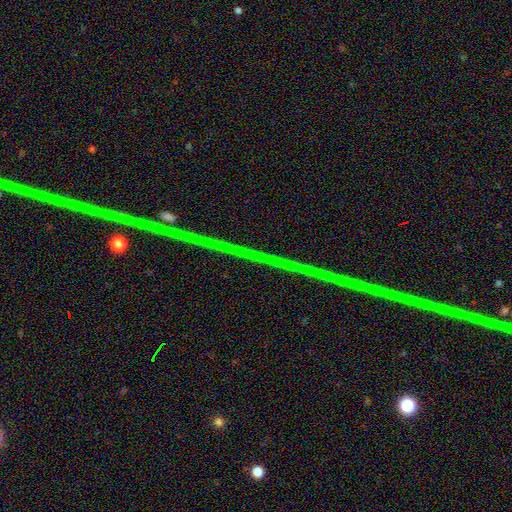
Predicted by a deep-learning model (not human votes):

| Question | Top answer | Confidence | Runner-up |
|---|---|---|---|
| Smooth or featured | star or artifact | 77% | featured or disk (16%) |